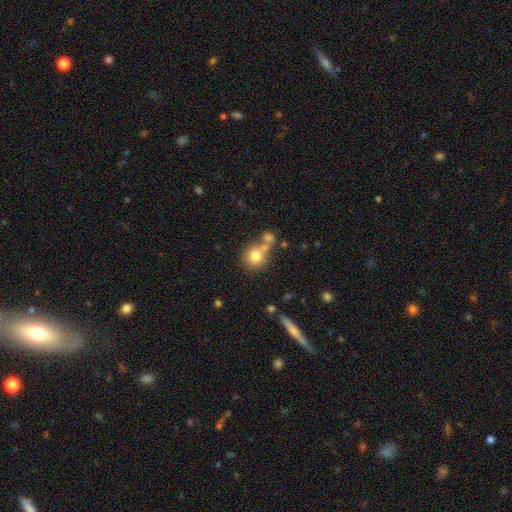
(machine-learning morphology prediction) Smooth or featured? Predicted: smooth (p=0.78). How rounded? Predicted: round (p=0.84). Merging? Predicted: none (p=0.52).